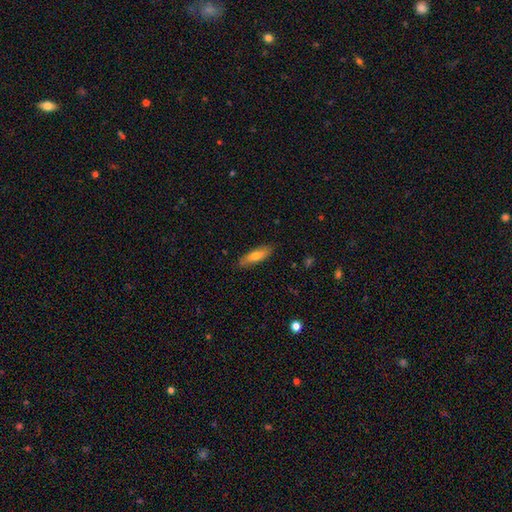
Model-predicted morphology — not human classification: Q: Smooth or featured?
A: smooth (69%); runner-up: featured or disk (25%)
Q: How rounded?
A: cigar-shaped (51%); runner-up: in between (47%)
Q: Merging?
A: none (85%); runner-up: minor disturbance (12%)